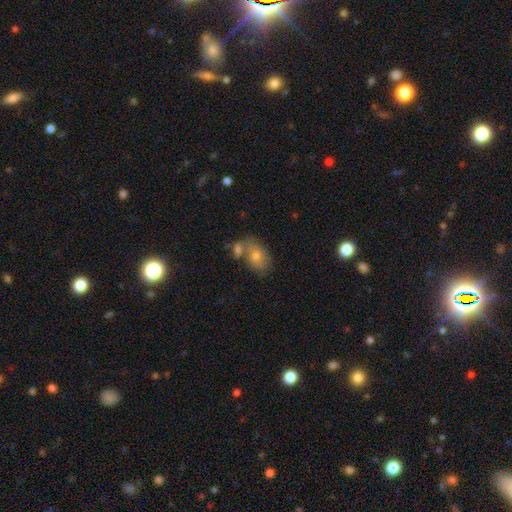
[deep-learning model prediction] The model was most divided on "merging": none: 47%, merger: 33%, minor disturbance: 14%, major disturbance: 6%. More confident: how rounded — in between (81%); smooth or featured — smooth (63%).